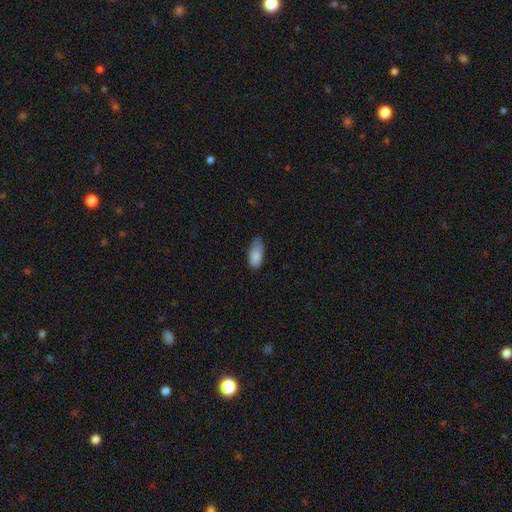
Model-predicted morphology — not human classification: smooth-or-featured: smooth: 86% | featured or disk: 7% | star or artifact: 7%
  how-rounded: in between: 91% | cigar-shaped: 7% | round: 2%
  merging: none: 58% | minor disturbance: 34% | major disturbance: 7% | merger: 1%